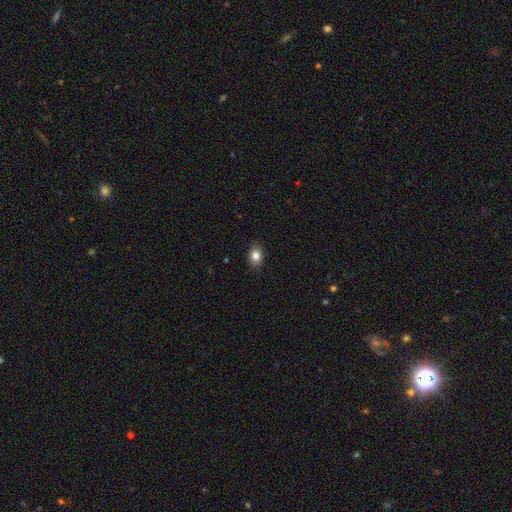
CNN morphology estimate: Overall: smooth (83%). How rounded: in between (77%). Merging: none (87%).